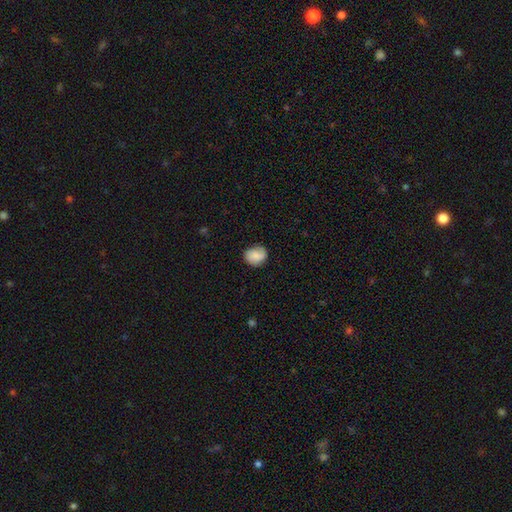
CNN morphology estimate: Q: Smooth or featured?
A: smooth (73%); runner-up: featured or disk (19%)
Q: How rounded?
A: round (68%); runner-up: in between (31%)
Q: Merging?
A: none (74%); runner-up: minor disturbance (20%)